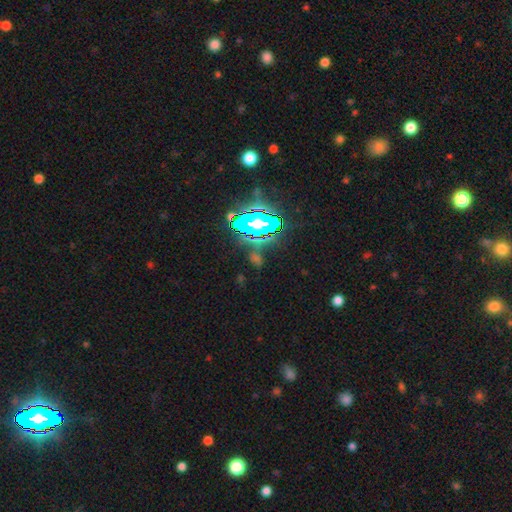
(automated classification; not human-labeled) Smooth or featured? Predicted: star or artifact (p=0.67).